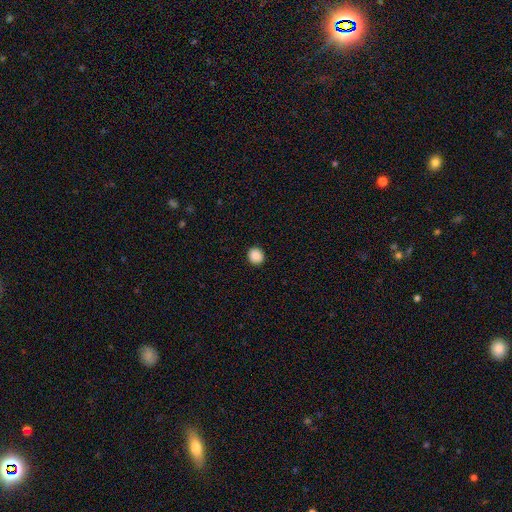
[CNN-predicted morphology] smooth-or-featured: smooth: 89% | star or artifact: 9% | featured or disk: 2%
  how-rounded: round: 89% | in between: 10% | cigar-shaped: 1%
  merging: none: 93% | minor disturbance: 4% | major disturbance: 2% | merger: 1%